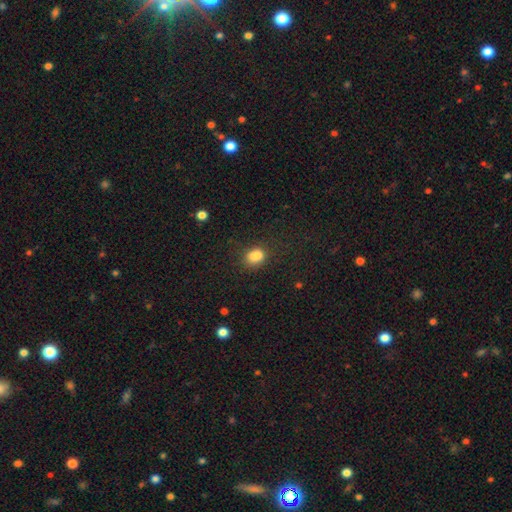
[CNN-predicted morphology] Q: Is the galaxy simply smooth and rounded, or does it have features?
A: smooth — 82%.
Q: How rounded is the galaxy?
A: in between — 62%.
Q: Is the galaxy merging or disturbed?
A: none — 65%.